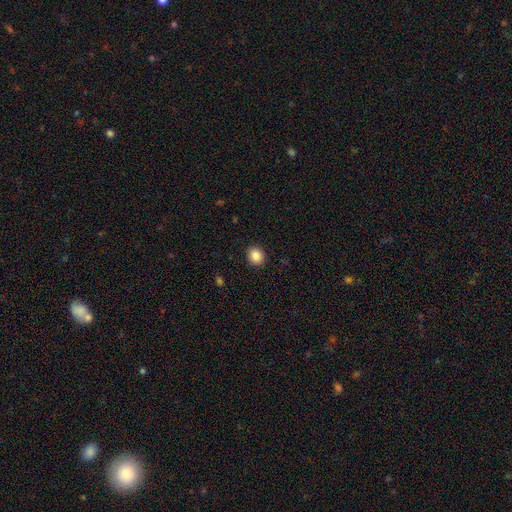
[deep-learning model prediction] Overall: smooth (87%). How rounded: round (71%). Merging: none (91%).